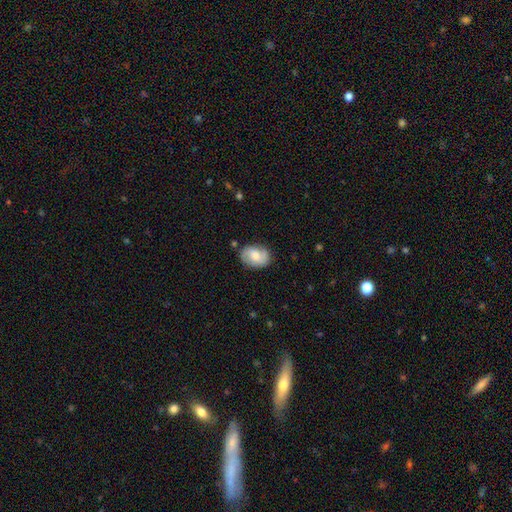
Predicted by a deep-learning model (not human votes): The model was most divided on "smooth or featured": featured or disk: 54%, smooth: 39%, star or artifact: 7%. More confident: edge-on disk — no (97%); spiral arms — yes (87%); merging — none (75%); bar — no (54%); bulge size — moderate (54%).